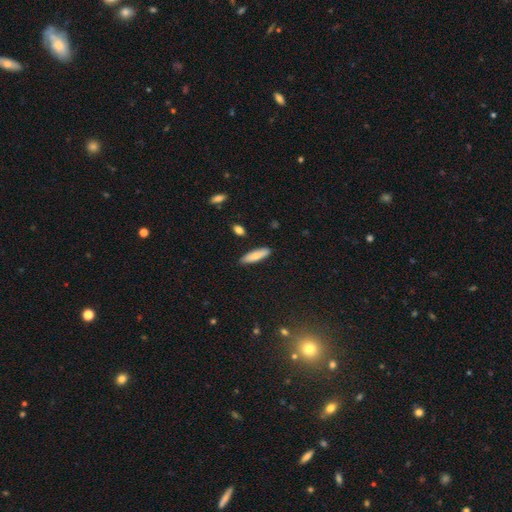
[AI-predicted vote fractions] Morphology: type=smooth (78%); roundness=cigar-shaped (57%); merging=none (87%).